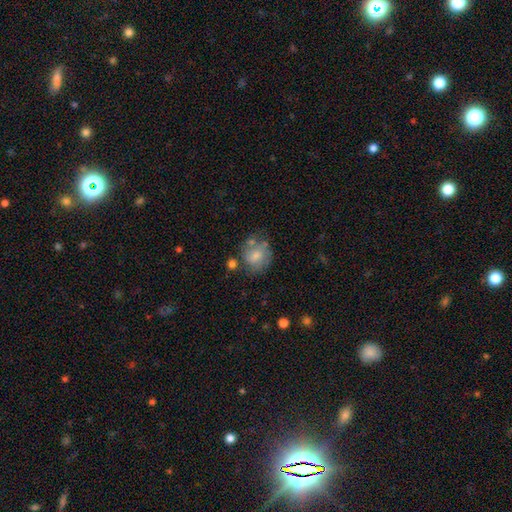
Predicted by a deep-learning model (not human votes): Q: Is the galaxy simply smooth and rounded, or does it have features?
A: smooth — 53%.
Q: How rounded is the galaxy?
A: round — 71%.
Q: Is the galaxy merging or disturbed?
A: none — 58%.